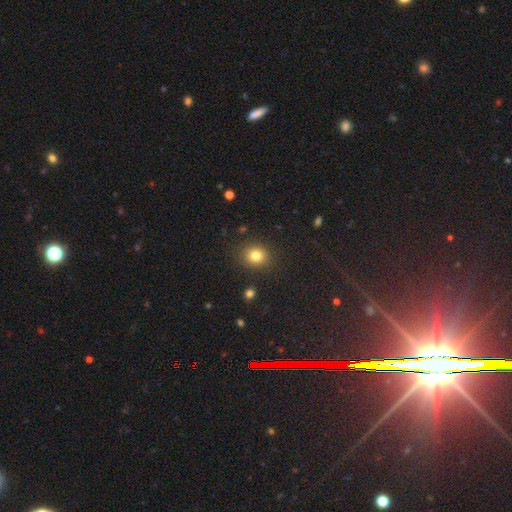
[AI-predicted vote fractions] A smooth galaxy with no disk features (81%) that is round (77%).

Vote fractions:
- Smooth or featured? smooth: 81% / star or artifact: 13% / featured or disk: 7%
- How rounded? round: 77% / in between: 22% / cigar-shaped: 1%
- Merging? none: 87% / minor disturbance: 8% / major disturbance: 3% / merger: 2%